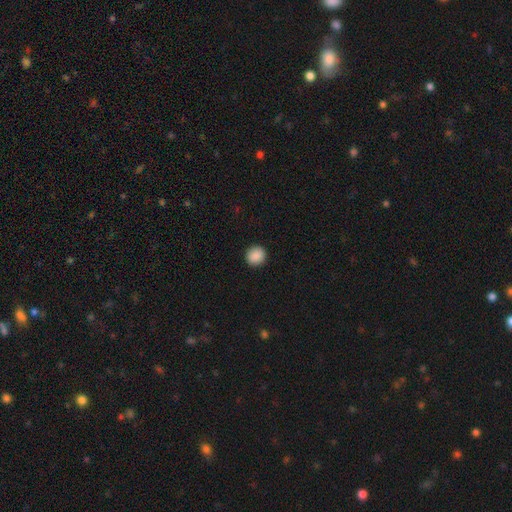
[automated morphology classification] Smooth or featured?
  - smooth: 89% *
  - star or artifact: 8%
  - featured or disk: 3%
How rounded?
  - round: 90% *
  - in between: 9%
  - cigar-shaped: 1%
Merging?
  - none: 92% *
  - minor disturbance: 5%
  - major disturbance: 2%
  - merger: 1%